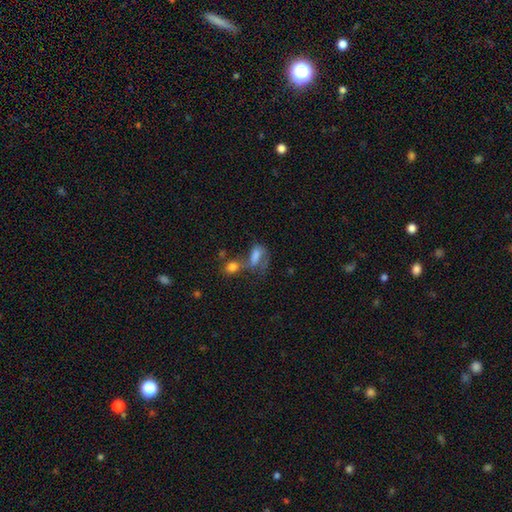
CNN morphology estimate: This is likely a smooth galaxy (60%). How rounded: clearly in between (82%). Merging: marginally merger (44%).